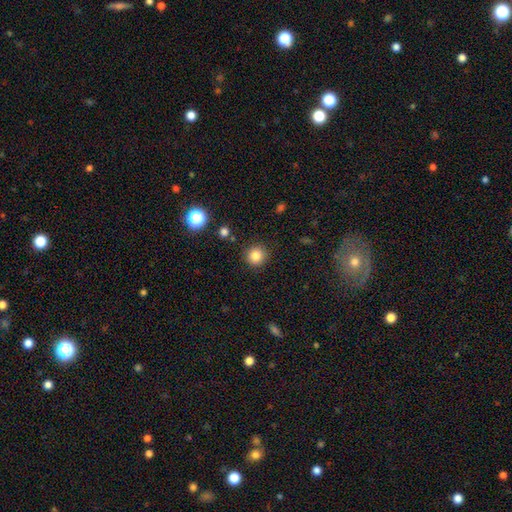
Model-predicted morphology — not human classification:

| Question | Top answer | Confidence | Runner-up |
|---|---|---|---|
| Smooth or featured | smooth | 82% | star or artifact (12%) |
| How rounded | round | 94% | in between (5%) |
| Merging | none | 90% | minor disturbance (6%) |